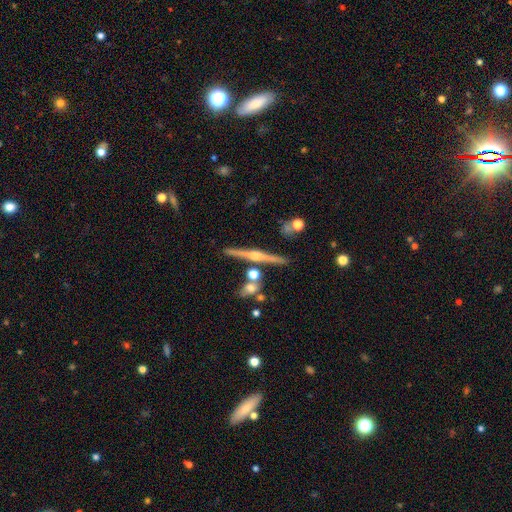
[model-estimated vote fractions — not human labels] Morphology: type=featured or disk (83%); edge-on=yes (98%); edge-on bulge=rounded (90%); merging=none (86%).